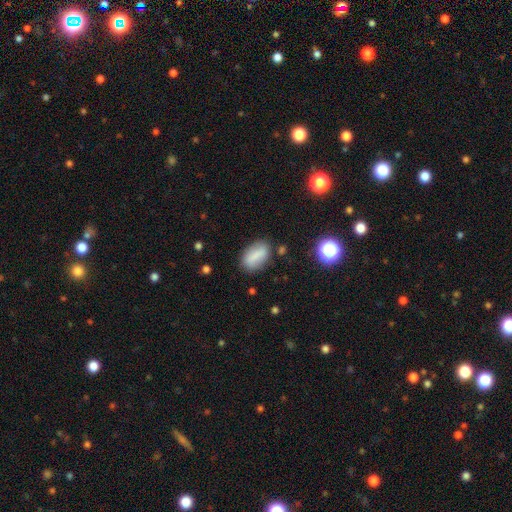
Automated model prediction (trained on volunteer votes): smooth-or-featured: smooth: 75% | featured or disk: 16% | star or artifact: 9%
  how-rounded: in between: 88% | round: 7% | cigar-shaped: 5%
  merging: none: 77% | minor disturbance: 15% | major disturbance: 5% | merger: 3%